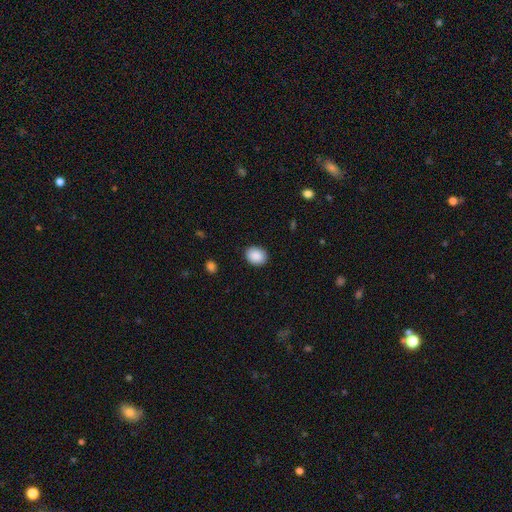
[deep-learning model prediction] Overall: smooth (90%). How rounded: round (52%; in between 47%). Merging: none (89%).